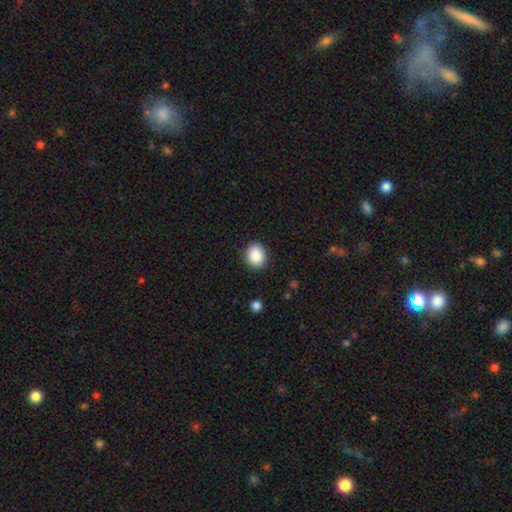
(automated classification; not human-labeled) Overall: smooth (88%). How rounded: round (61%; in between 39%). Merging: none (89%).